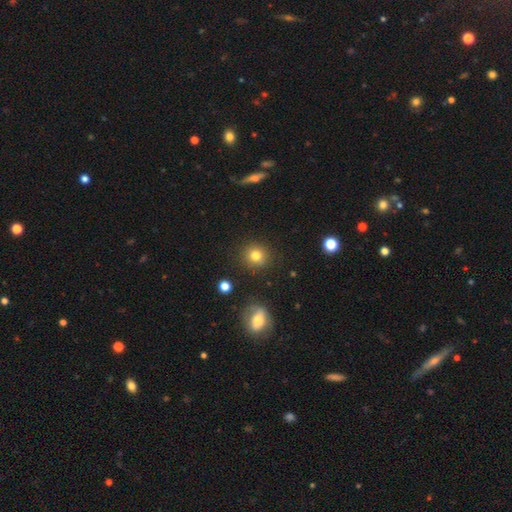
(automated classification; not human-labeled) smooth_or_featured: smooth (p=0.80) [alt: star or artifact p=0.12]
how_rounded: round (p=0.89) [alt: in between p=0.10]
merging: none (p=0.88) [alt: minor disturbance p=0.07]